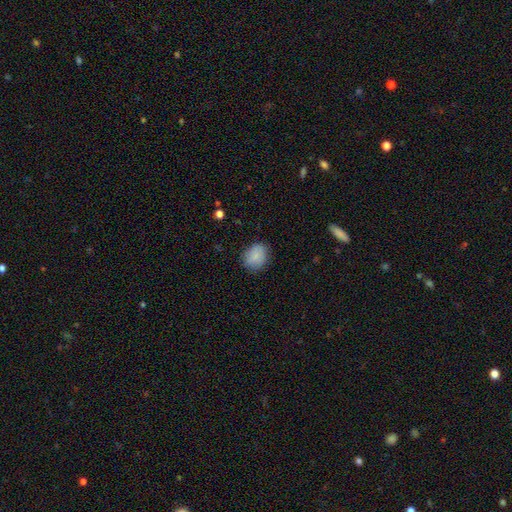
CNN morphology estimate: smooth-or-featured: smooth: 84% | star or artifact: 8% | featured or disk: 8%
  how-rounded: round: 51% | in between: 48% | cigar-shaped: 1%
  merging: none: 79% | minor disturbance: 16% | major disturbance: 4% | merger: 1%